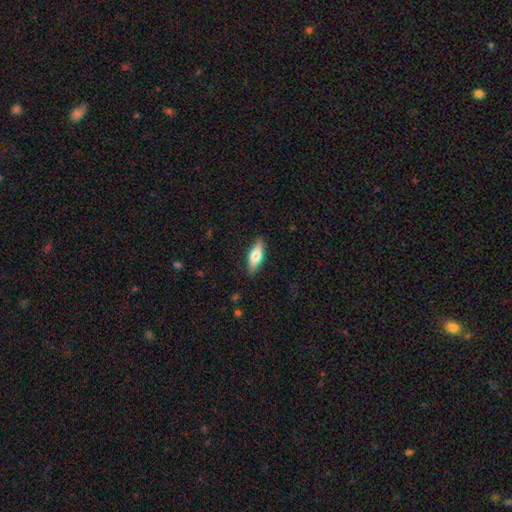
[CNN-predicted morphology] Smooth or featured? Predicted: smooth (p=0.61). How rounded? Predicted: in between (p=0.61). Merging? Predicted: none (p=0.87).